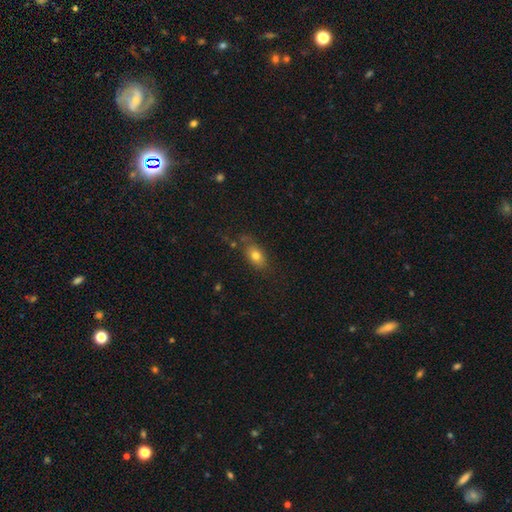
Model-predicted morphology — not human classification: The model was most divided on "merging": none: 68%, minor disturbance: 20%, major disturbance: 6%, merger: 5%. More confident: how rounded — in between (80%); smooth or featured — smooth (76%).